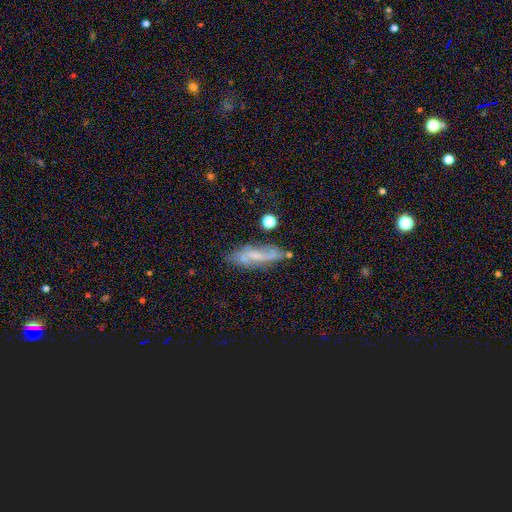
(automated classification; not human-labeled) Smooth or featured?
  - featured or disk: 52% *
  - smooth: 38%
  - star or artifact: 11%
Edge-on disk?
  - no: 67% *
  - yes: 33%
Merging?
  - none: 58% *
  - minor disturbance: 23%
  - major disturbance: 11%
  - merger: 8%